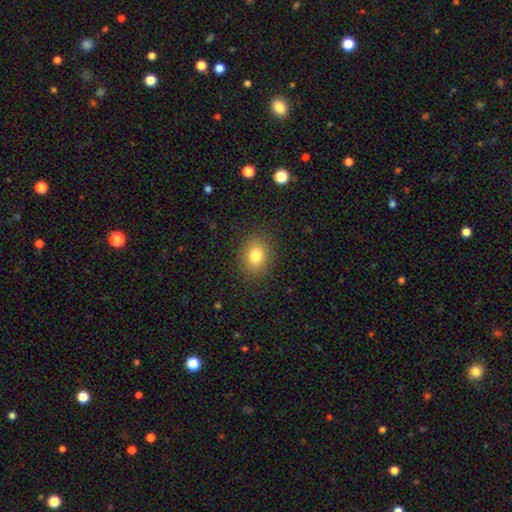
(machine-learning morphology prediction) A smooth galaxy with no disk features (81%) that is in between round and cigar-shaped (51%). Merging: none (87%).